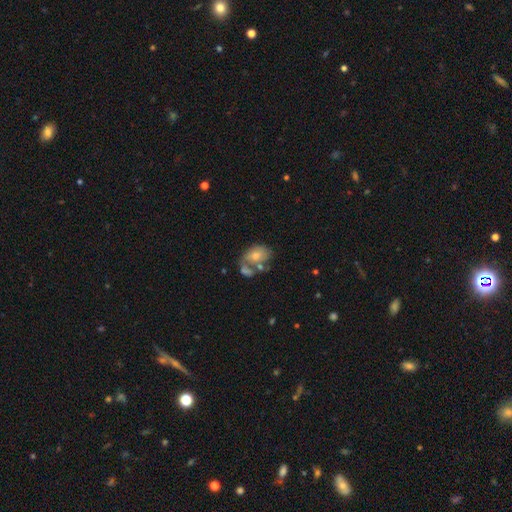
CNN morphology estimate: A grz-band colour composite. It shows a smooth galaxy with no disk features (51%) that is in between round and cigar-shaped (78%). Merging: merger (40%).